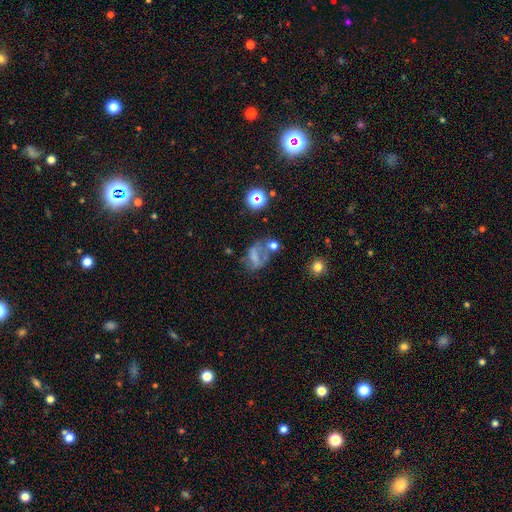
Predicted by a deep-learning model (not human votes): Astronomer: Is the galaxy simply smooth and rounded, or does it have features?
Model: smooth — 41% (runner-up: featured or disk, 39%).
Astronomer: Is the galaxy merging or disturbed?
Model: major disturbance — 32% (runner-up: none, 31%).